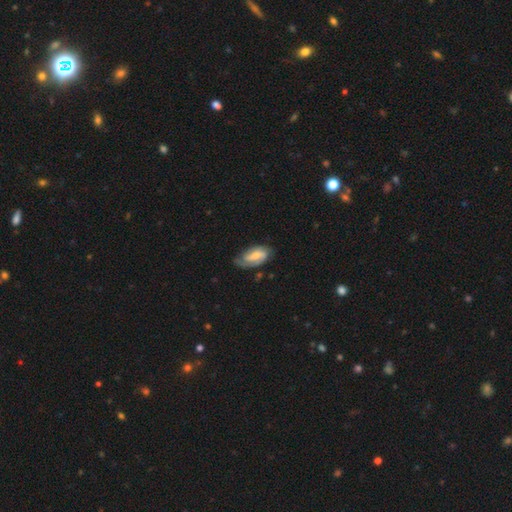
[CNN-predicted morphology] A featured or disk galaxy (66%) with a weak bar (46%), 2 (61%) medium (40%, tied with tight) spiral arms (90%) and a small central bulge (45%). Merging: none (61%).